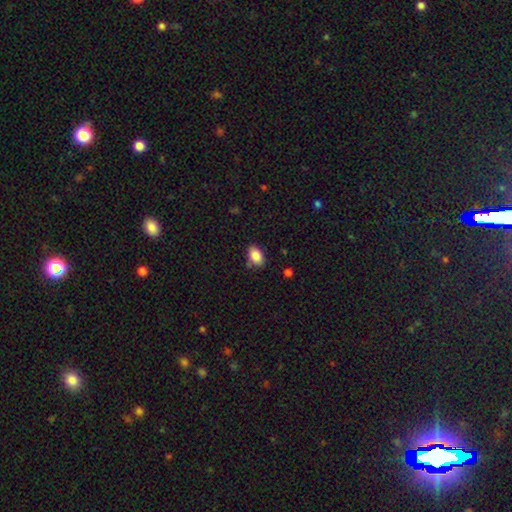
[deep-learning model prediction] A smooth galaxy with no disk features (87%) that is in between round and cigar-shaped (87%). Merging: none (78%).